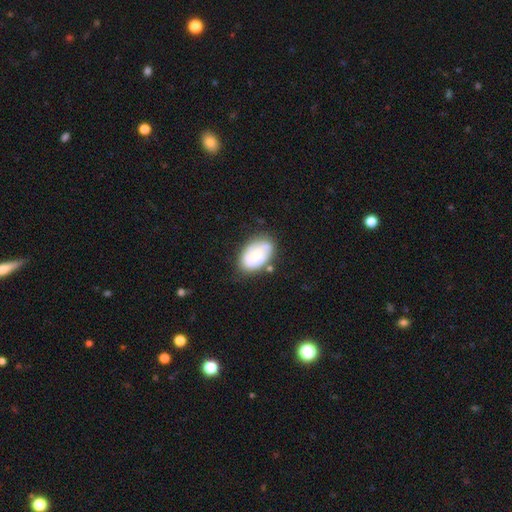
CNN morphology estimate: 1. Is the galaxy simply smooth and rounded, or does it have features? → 65% featured or disk, 29% smooth, 6% star or artifact.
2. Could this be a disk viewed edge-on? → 97% no, 3% yes.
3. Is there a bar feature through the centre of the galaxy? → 70% no, 25% weak, 5% strong.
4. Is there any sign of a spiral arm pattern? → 85% yes, 15% no.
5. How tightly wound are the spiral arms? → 53% tight, 35% medium, 12% loose.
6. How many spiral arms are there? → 43% 2, 29% can't tell, 17% 3, 6% 1, 3% 4, 2% more than 4.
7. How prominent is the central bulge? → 46% moderate, 42% small, 5% large, 5% none, 1% dominant.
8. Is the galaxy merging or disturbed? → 68% none, 21% minor disturbance, 7% major disturbance, 4% merger.